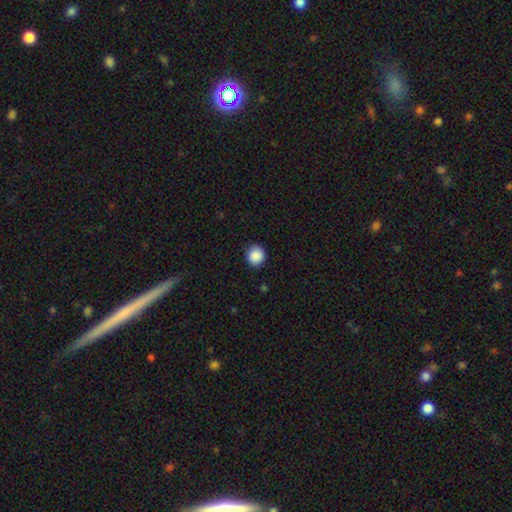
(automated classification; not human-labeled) Morphology: type=smooth (89%); roundness=round (89%); merging=none (88%).